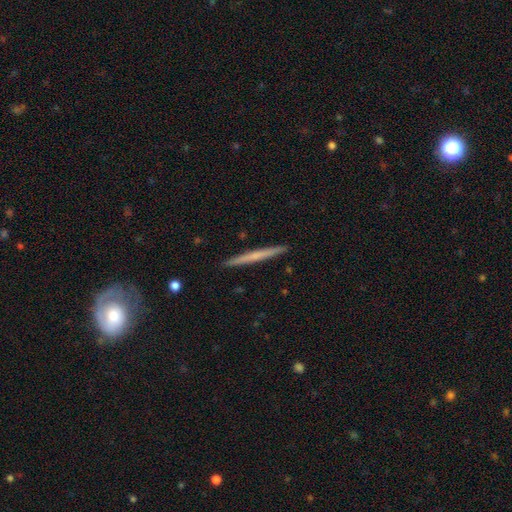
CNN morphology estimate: Smooth or featured? smooth (47%, tied with featured or disk)
Merging? none (93%)